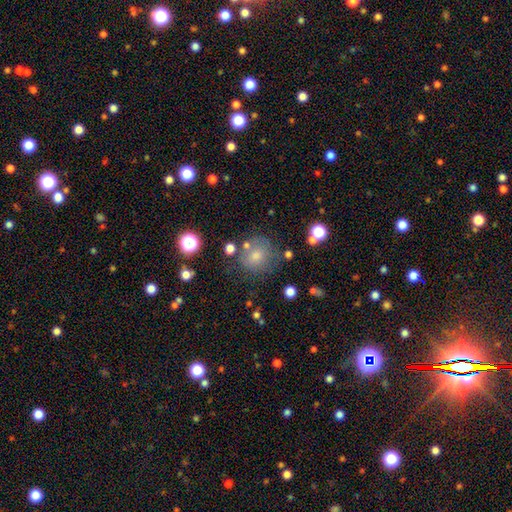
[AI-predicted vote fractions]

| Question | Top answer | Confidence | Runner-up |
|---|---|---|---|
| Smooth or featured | smooth | 57% | star or artifact (23%) |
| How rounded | round | 83% | in between (16%) |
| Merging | none | 72% | minor disturbance (15%) |